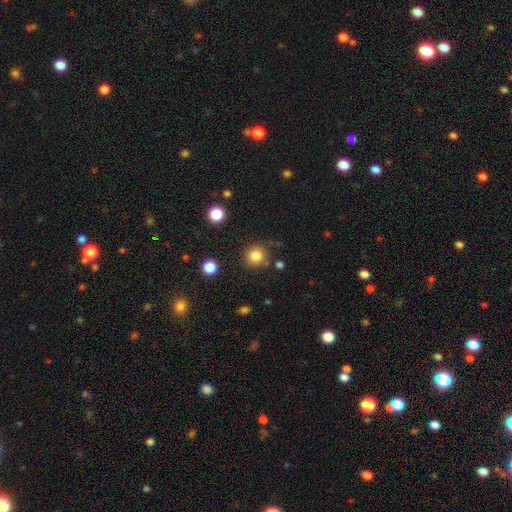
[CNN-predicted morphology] This appears to be a smooth galaxy with no disk features (83%) that is round (91%). Merging: none (85%).